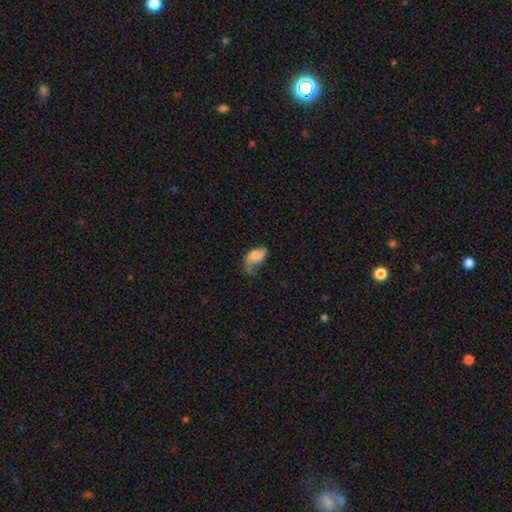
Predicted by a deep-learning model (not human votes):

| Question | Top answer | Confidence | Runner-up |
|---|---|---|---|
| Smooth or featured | smooth | 59% | featured or disk (32%) |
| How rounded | in between | 90% | round (7%) |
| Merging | major disturbance | 36% | minor disturbance (33%) |